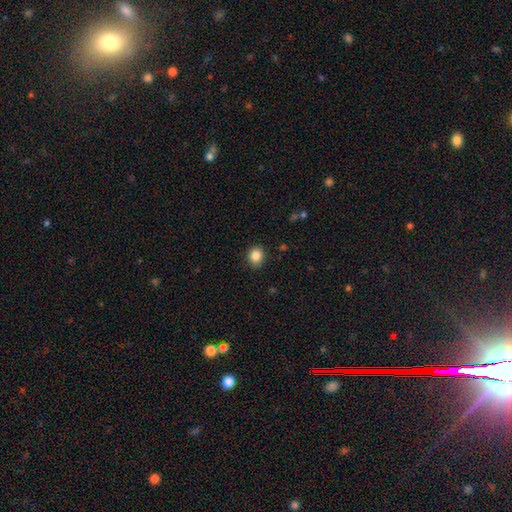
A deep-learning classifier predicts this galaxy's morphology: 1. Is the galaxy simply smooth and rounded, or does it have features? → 85% smooth, 10% star or artifact, 5% featured or disk.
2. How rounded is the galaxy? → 76% round, 23% in between, 1% cigar-shaped.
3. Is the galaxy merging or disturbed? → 89% none, 8% minor disturbance, 2% major disturbance, 1% merger.